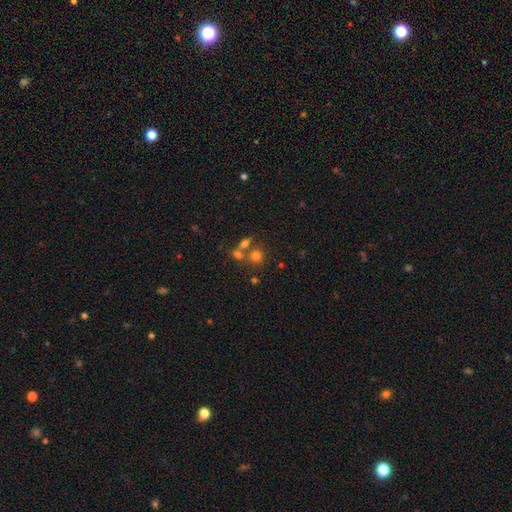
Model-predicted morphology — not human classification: type=smooth (70%); roundness=round (82%); merging=none (54%).